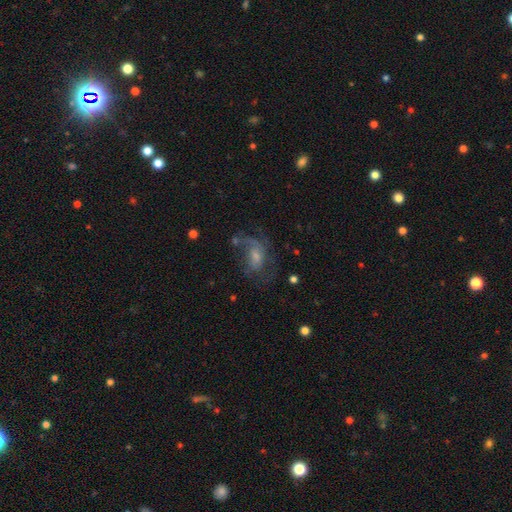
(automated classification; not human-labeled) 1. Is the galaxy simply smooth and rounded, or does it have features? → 64% featured or disk, 21% smooth, 15% star or artifact.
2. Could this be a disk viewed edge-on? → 96% no, 4% yes.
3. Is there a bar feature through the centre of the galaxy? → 60% no, 33% weak, 7% strong.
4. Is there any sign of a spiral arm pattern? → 79% yes, 21% no.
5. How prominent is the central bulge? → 45% small, 40% moderate, 7% none, 6% large, 2% dominant.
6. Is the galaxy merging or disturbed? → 47% none, 30% major disturbance, 18% minor disturbance, 5% merger.